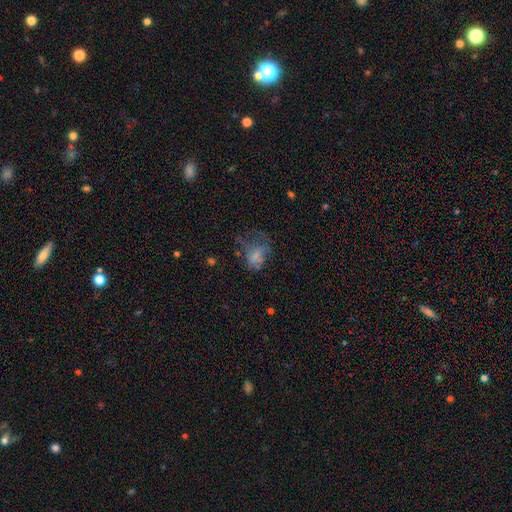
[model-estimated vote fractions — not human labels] smooth 53%, featured or disk 29%, star or artifact 17%. Down the decision tree: how rounded — in between (70%); merging — major disturbance (47%).